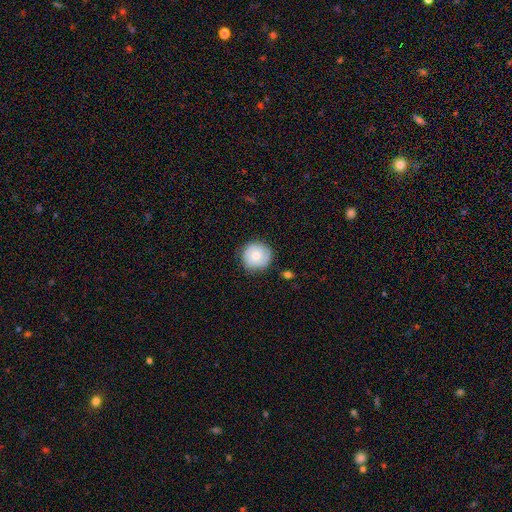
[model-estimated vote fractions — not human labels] This is likely a smooth galaxy (64%). How rounded: clearly round (94%). Merging: clearly none (83%).